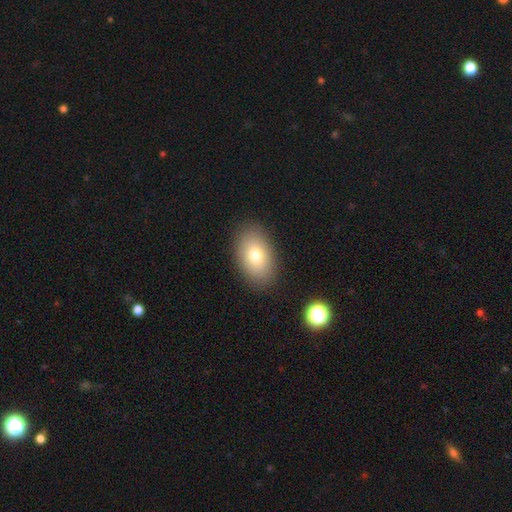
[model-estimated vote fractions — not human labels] Morphology: type=smooth (77%); roundness=in between (89%); merging=none (88%).